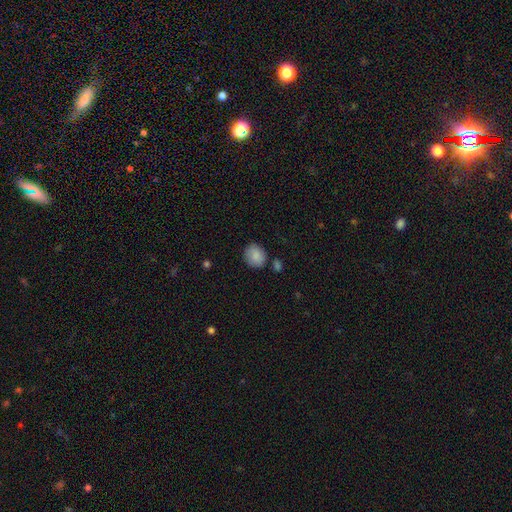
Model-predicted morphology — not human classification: A smooth galaxy with no disk features (87%) that is round (64%).

Vote fractions:
- Smooth or featured? smooth: 87% / star or artifact: 7% / featured or disk: 6%
- How rounded? round: 64% / in between: 35% / cigar-shaped: 1%
- Merging? none: 77% / minor disturbance: 14% / merger: 6% / major disturbance: 3%